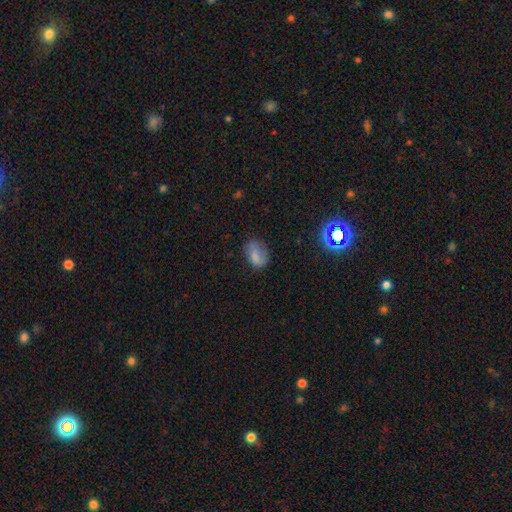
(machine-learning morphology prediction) smooth 71%, featured or disk 17%, star or artifact 12%. Down the decision tree: how rounded — in between (72%); merging — none (52%).